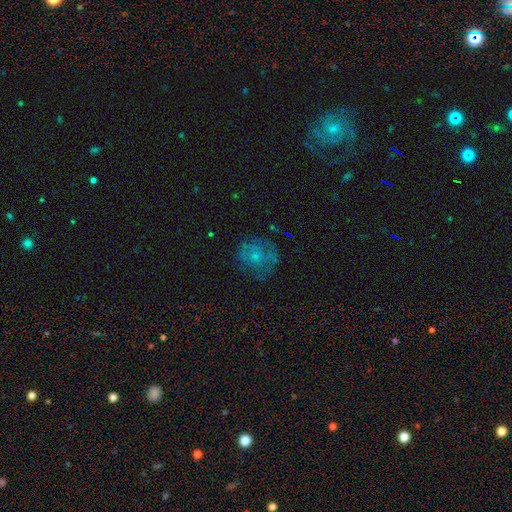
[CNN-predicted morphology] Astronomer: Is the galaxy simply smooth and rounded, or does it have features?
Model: smooth — 49% (runner-up: featured or disk, 38%).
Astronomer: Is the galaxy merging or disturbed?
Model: none — 63%.